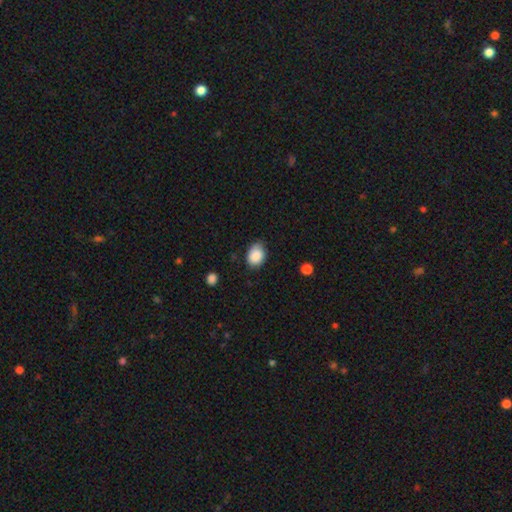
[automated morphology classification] A smooth galaxy with no disk features (88%) that is in between round and cigar-shaped (74%).

Vote fractions:
- Smooth or featured? smooth: 88% / star or artifact: 8% / featured or disk: 5%
- How rounded? in between: 74% / round: 25% / cigar-shaped: 1%
- Merging? none: 73% / minor disturbance: 22% / major disturbance: 4% / merger: 1%